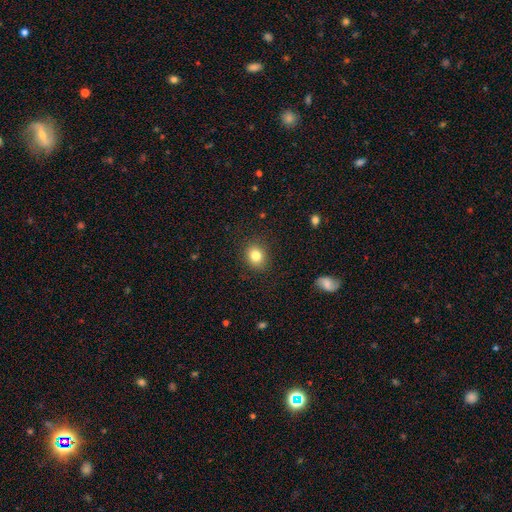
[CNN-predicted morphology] Q: Smooth or featured?
A: smooth (83%); runner-up: star or artifact (10%)
Q: How rounded?
A: round (66%); runner-up: in between (33%)
Q: Merging?
A: none (88%); runner-up: minor disturbance (8%)